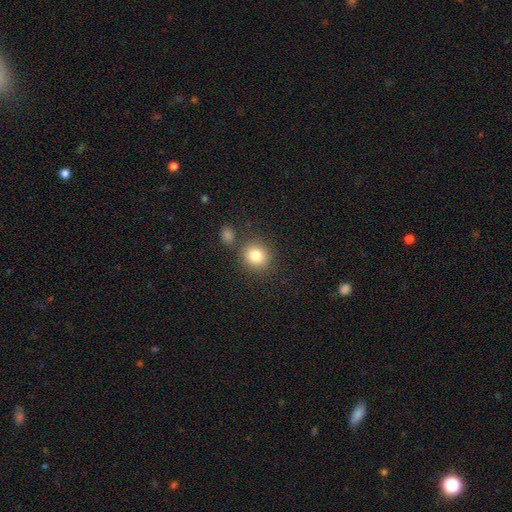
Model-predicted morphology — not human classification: Overall: smooth (83%). How rounded: round (81%). Merging: none (78%).